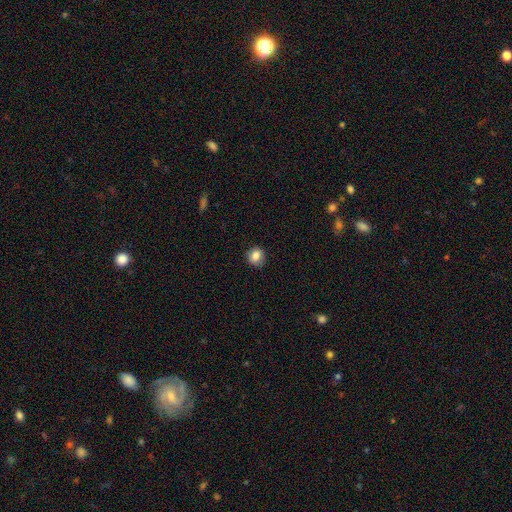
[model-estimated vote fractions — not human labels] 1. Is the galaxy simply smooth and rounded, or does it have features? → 81% smooth, 10% star or artifact, 9% featured or disk.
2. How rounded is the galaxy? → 74% round, 25% in between, 1% cigar-shaped.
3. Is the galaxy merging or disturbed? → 82% none, 14% minor disturbance, 3% major disturbance, 1% merger.